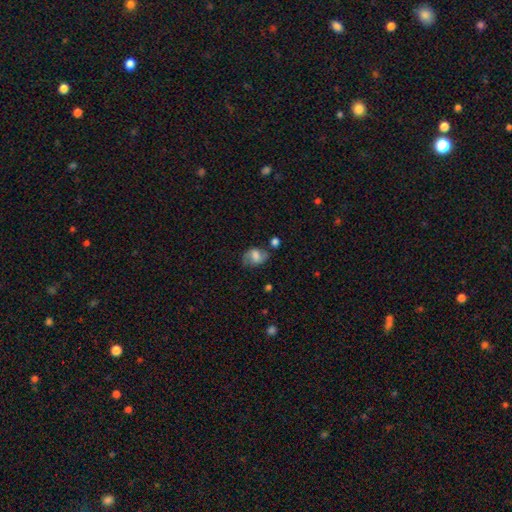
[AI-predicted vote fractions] Morphology: type=featured or disk (46%); merging=none (58%).